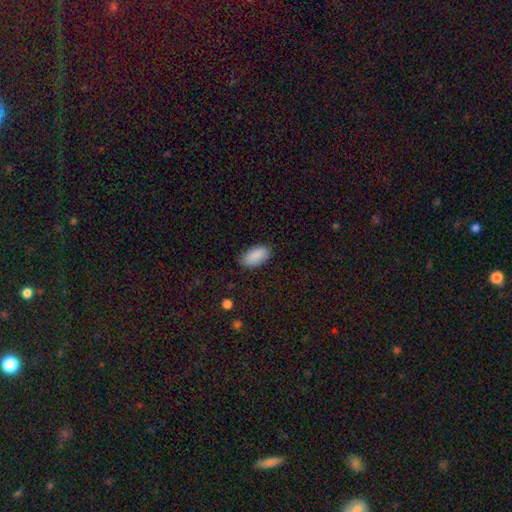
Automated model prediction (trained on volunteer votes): Smooth or featured?
  - smooth: 90% *
  - star or artifact: 7%
  - featured or disk: 4%
How rounded?
  - in between: 94% *
  - cigar-shaped: 4%
  - round: 2%
Merging?
  - none: 85% *
  - minor disturbance: 11%
  - major disturbance: 3%
  - merger: 1%